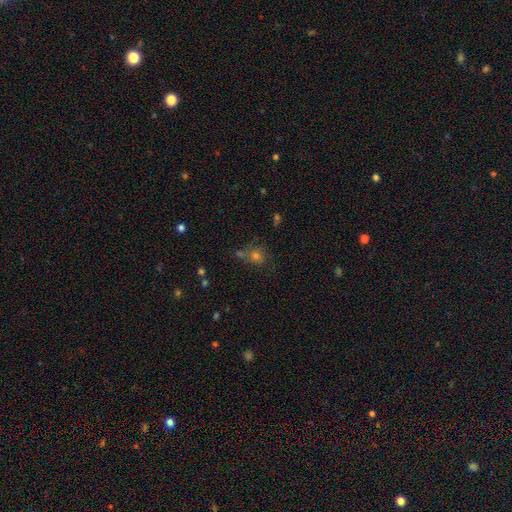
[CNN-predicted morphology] smooth 59%, star or artifact 25%, featured or disk 16%. Down the decision tree: how rounded — round (77%); merging — none (58%).